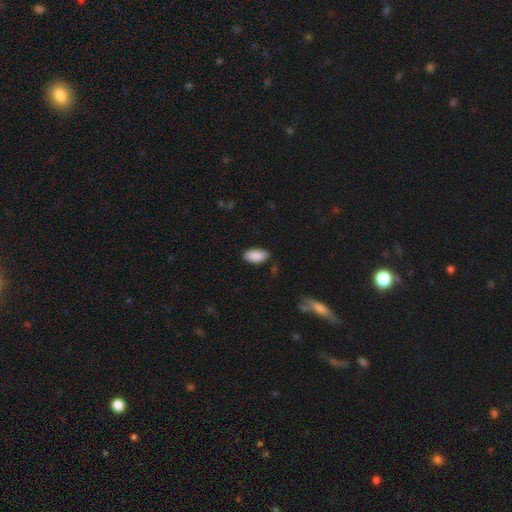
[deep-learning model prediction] Smooth or featured: smooth — 90% (star or artifact — 6%)
How rounded: in between — 94% (cigar-shaped — 4%)
Merging: none — 85% (minor disturbance — 12%)